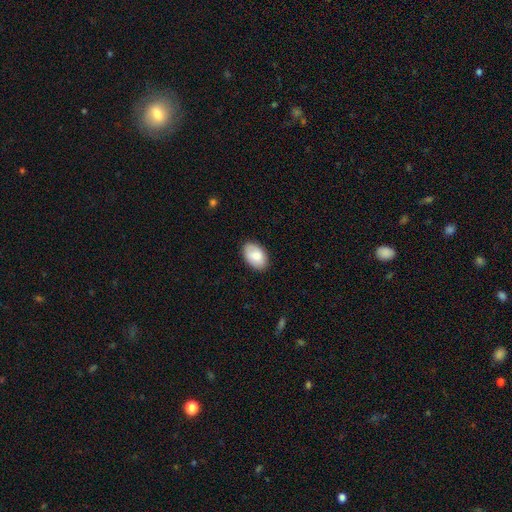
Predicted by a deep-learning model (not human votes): Smooth or featured? Predicted: smooth (p=0.83). How rounded? Predicted: in between (p=0.90). Merging? Predicted: none (p=0.85).